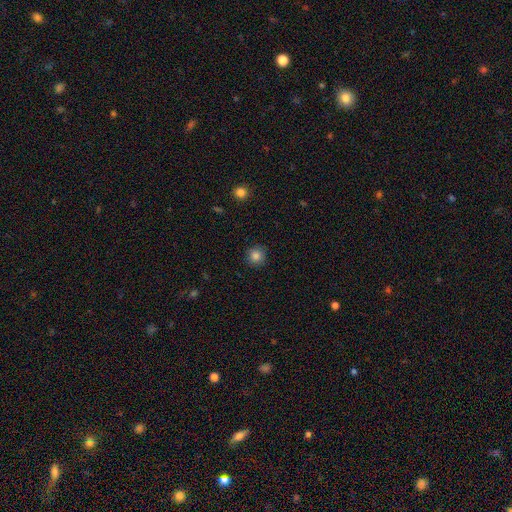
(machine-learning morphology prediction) This is clearly a smooth galaxy (84%). How rounded: clearly round (94%). Merging: clearly none (90%).